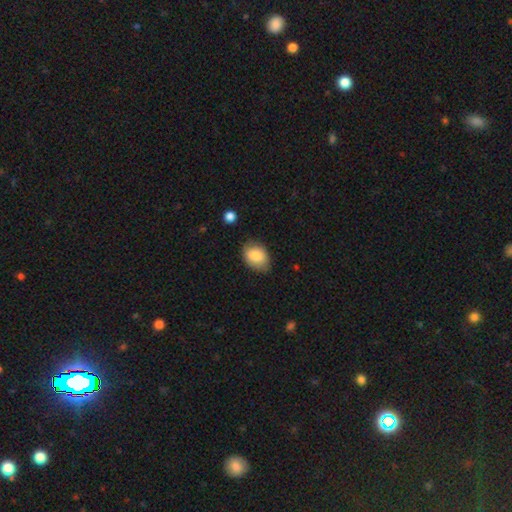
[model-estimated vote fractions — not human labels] Smooth or featured?
  - smooth: 85% *
  - featured or disk: 8%
  - star or artifact: 7%
How rounded?
  - in between: 76% *
  - round: 23%
  - cigar-shaped: 1%
Merging?
  - none: 74% *
  - minor disturbance: 21%
  - major disturbance: 4%
  - merger: 1%